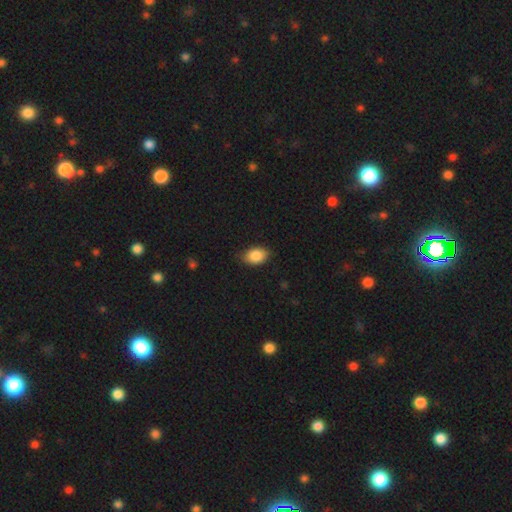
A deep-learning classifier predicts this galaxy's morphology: Smooth or featured? Predicted: smooth (p=0.87). How rounded? Predicted: in between (p=0.86). Merging? Predicted: none (p=0.80).